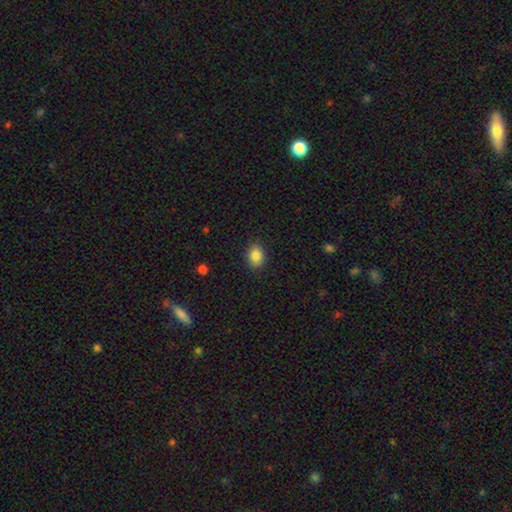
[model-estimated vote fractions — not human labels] Overall: smooth (87%). How rounded: in between (63%; round 36%). Merging: none (87%).